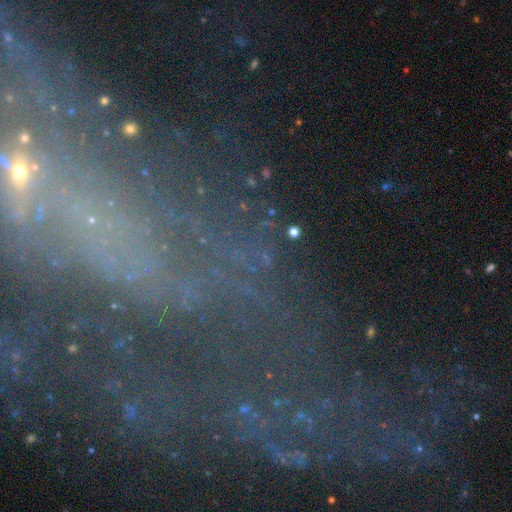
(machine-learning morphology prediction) A star or artifact, not a galaxy (43%).

Vote fractions:
- Smooth or featured? star or artifact: 43% / featured or disk: 41% / smooth: 16%